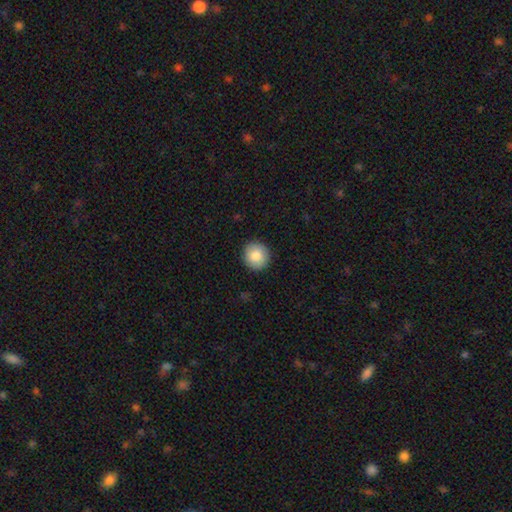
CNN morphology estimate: A smooth galaxy with no disk features (84%) that is round (93%).

Vote fractions:
- Smooth or featured? smooth: 84% / featured or disk: 8% / star or artifact: 7%
- How rounded? round: 93% / in between: 6% / cigar-shaped: 1%
- Merging? none: 91% / minor disturbance: 6% / major disturbance: 2% / merger: 1%